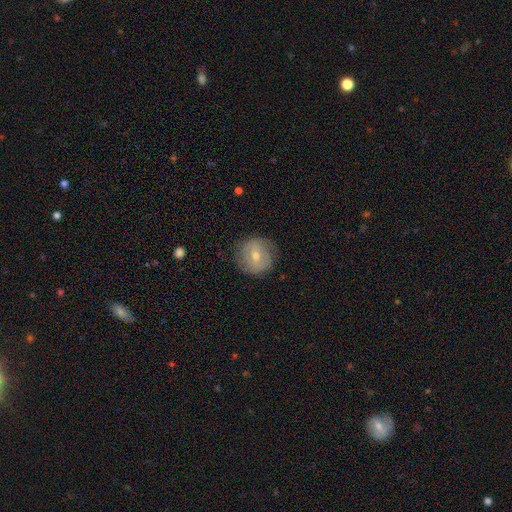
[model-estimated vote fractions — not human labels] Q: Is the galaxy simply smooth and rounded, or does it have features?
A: featured or disk — 50%.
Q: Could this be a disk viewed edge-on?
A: no — 95%.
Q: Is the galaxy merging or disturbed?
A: none — 83%.